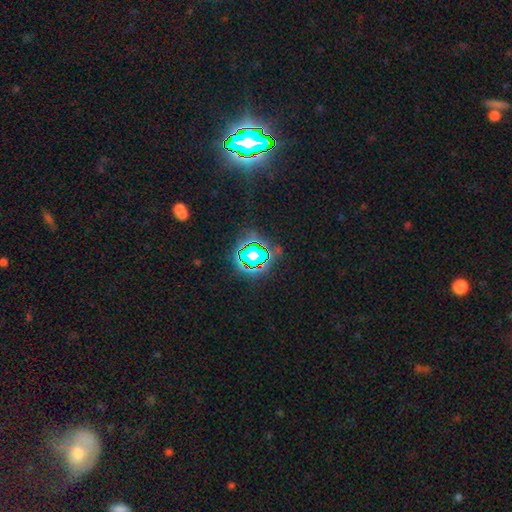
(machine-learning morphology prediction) smooth-or-featured: star or artifact: 61% | smooth: 25% | featured or disk: 14%